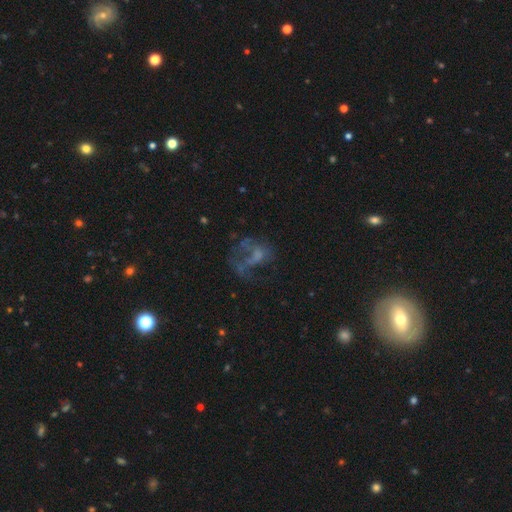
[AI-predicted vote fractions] Smooth or featured? featured or disk (52%)
Edge-on disk? no (98%)
Bar? no (83%)
Spiral arms? no (76%)
Bulge size? none (60%)
Merging? major disturbance (46%)